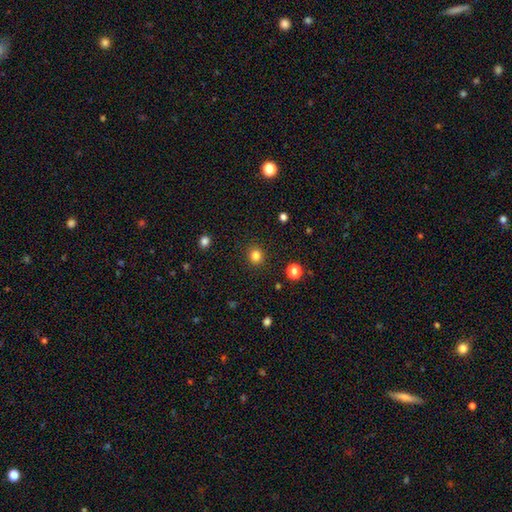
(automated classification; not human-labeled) smooth 82%, star or artifact 13%, featured or disk 5%. Down the decision tree: how rounded — round (86%); merging — none (90%).